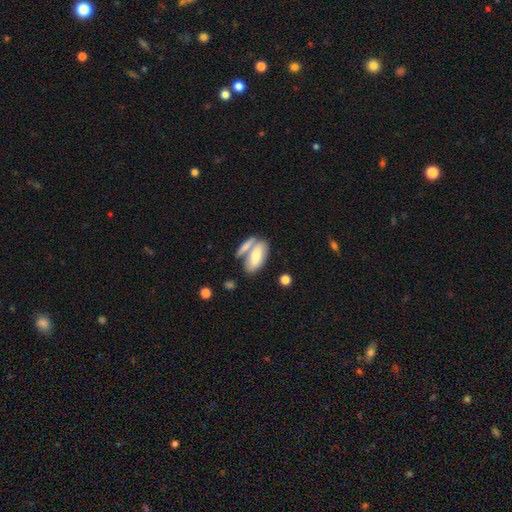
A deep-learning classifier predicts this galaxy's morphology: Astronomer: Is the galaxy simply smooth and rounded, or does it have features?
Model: smooth — 69%.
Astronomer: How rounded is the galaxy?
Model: in between — 83%.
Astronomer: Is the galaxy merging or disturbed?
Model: merger — 42% (runner-up: none, 41%).